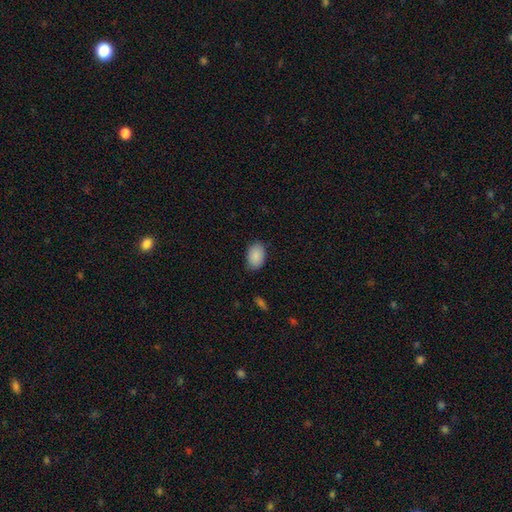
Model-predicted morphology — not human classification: This appears to be a smooth galaxy with no disk features (89%) that is in between round and cigar-shaped (87%). Merging: none (84%).